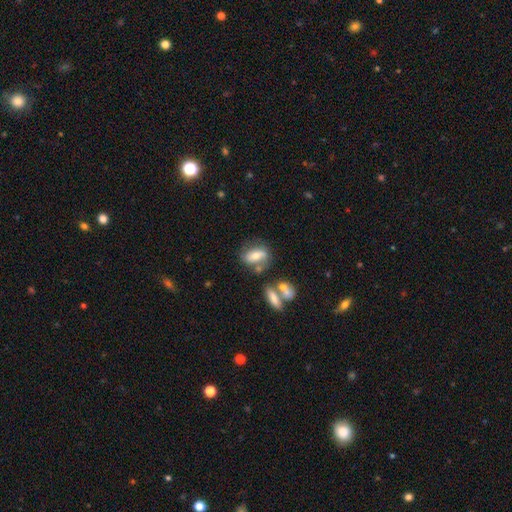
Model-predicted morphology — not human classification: A smooth galaxy with no disk features (55%) that is in between round and cigar-shaped (78%).

Vote fractions:
- Smooth or featured? smooth: 55% / featured or disk: 37% / star or artifact: 8%
- How rounded? in between: 78% / round: 15% / cigar-shaped: 6%
- Merging? none: 55% / minor disturbance: 19% / merger: 17% / major disturbance: 9%